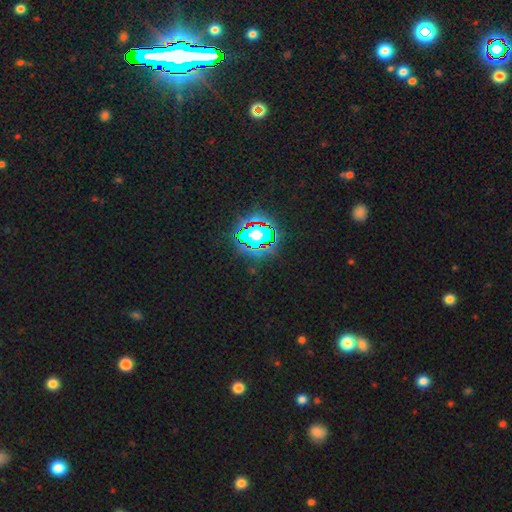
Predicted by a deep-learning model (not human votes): Smooth or featured: star or artifact — 82% (smooth — 11%)